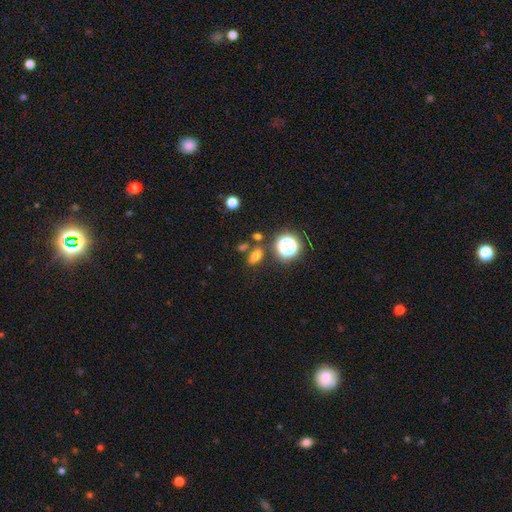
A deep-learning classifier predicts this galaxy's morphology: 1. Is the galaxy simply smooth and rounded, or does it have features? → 70% smooth, 21% star or artifact, 9% featured or disk.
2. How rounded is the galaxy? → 76% in between, 19% round, 5% cigar-shaped.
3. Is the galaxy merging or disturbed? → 75% none, 11% minor disturbance, 10% merger, 4% major disturbance.